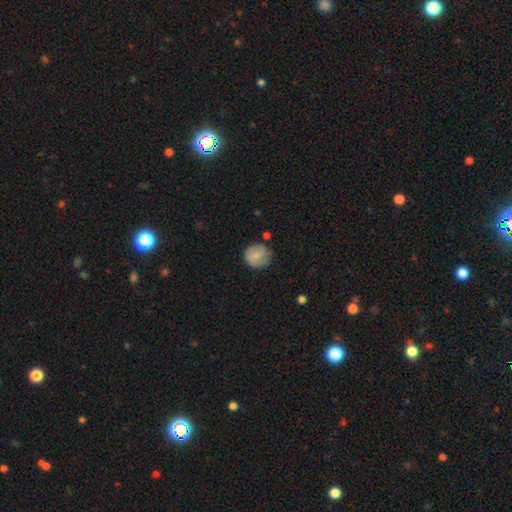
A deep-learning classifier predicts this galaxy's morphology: smooth-or-featured: smooth: 57% | featured or disk: 36% | star or artifact: 7%
  how-rounded: round: 81% | in between: 18% | cigar-shaped: 1%
  merging: none: 65% | minor disturbance: 24% | major disturbance: 8% | merger: 4%